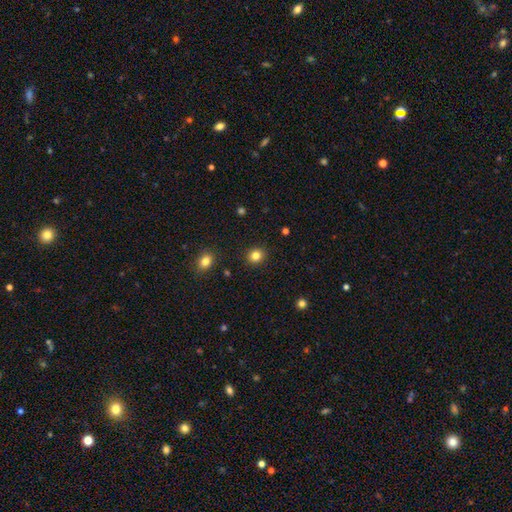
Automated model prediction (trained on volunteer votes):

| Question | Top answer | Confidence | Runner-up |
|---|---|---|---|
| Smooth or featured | smooth | 83% | star or artifact (12%) |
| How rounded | round | 84% | in between (15%) |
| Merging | none | 91% | minor disturbance (6%) |